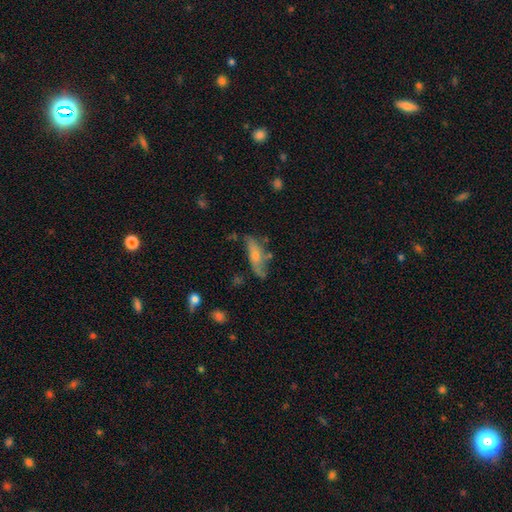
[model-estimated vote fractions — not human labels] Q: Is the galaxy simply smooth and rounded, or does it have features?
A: featured or disk — 47%.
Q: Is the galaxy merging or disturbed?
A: none — 56%.